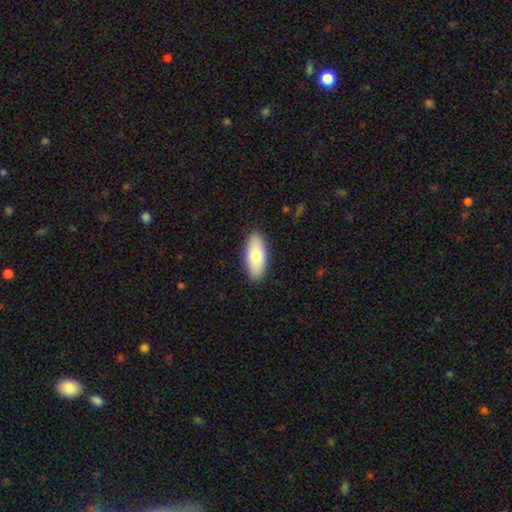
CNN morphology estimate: The model was most divided on "smooth or featured": smooth: 78%, featured or disk: 17%, star or artifact: 6%. More confident: merging — none (89%); how rounded — in between (86%).